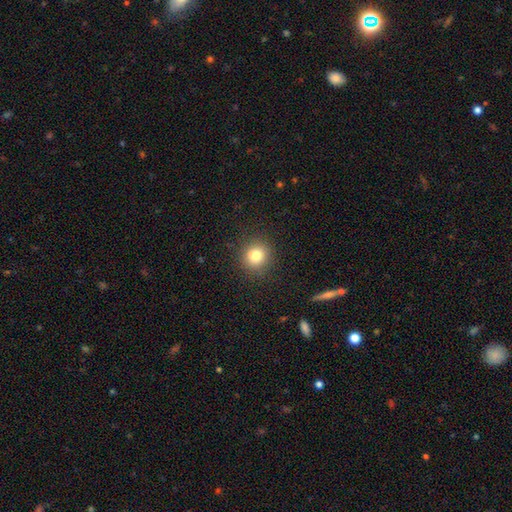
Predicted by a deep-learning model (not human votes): This appears to be a smooth galaxy with no disk features (79%) that is round (89%). Merging: none (88%).